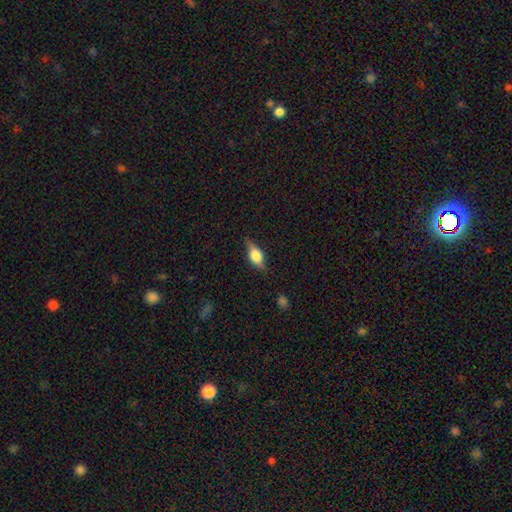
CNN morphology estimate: Overall: smooth (52%; featured or disk 40%). How rounded: in between (73%). Merging: none (77%).